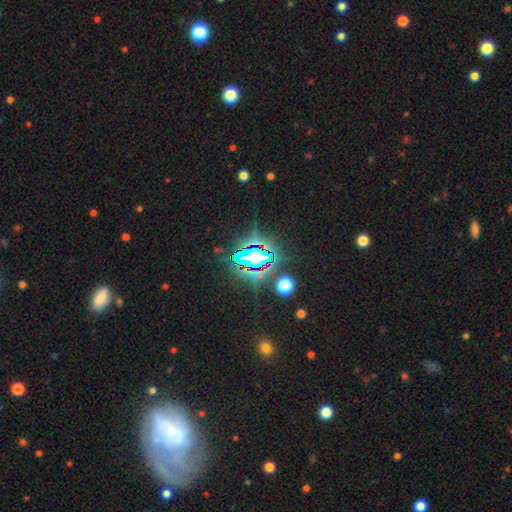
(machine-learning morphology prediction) Smooth or featured? Predicted: star or artifact (p=0.80).